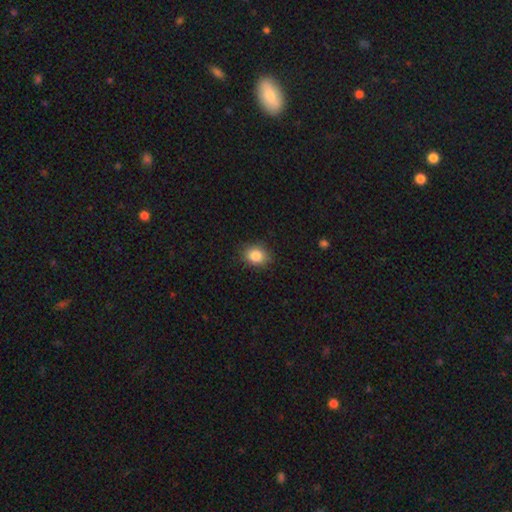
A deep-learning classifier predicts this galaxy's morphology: smooth_or_featured: smooth (p=0.85) [alt: star or artifact p=0.09]
how_rounded: round (p=0.50) [alt: in between p=0.49]
merging: none (p=0.86) [alt: minor disturbance p=0.11]